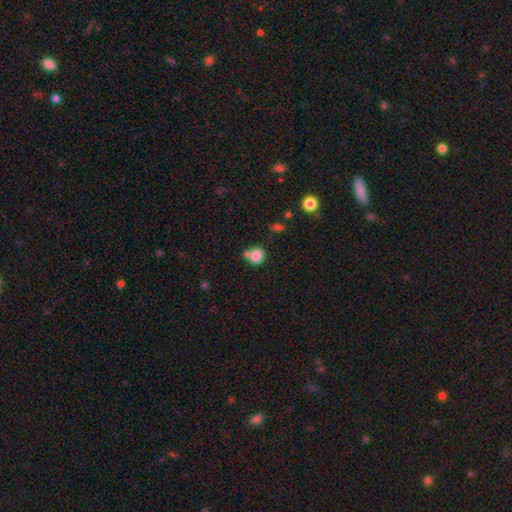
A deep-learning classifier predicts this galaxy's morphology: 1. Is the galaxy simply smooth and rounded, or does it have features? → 82% smooth, 10% star or artifact, 8% featured or disk.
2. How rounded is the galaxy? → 84% round, 15% in between, 1% cigar-shaped.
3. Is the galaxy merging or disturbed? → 56% none, 28% merger, 13% minor disturbance, 4% major disturbance.